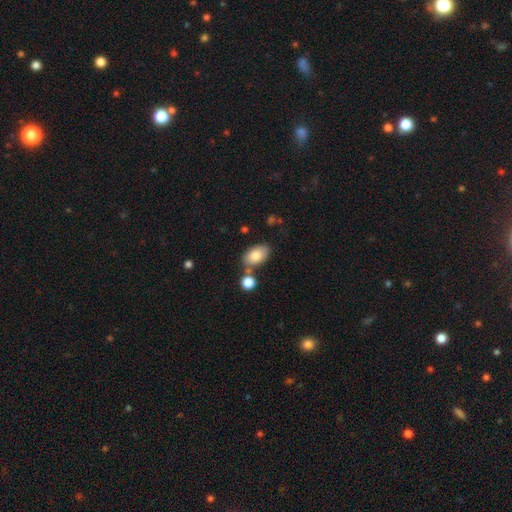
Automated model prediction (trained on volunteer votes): smooth 81%, featured or disk 12%, star or artifact 7%. Down the decision tree: how rounded — in between (91%); merging — none (68%).